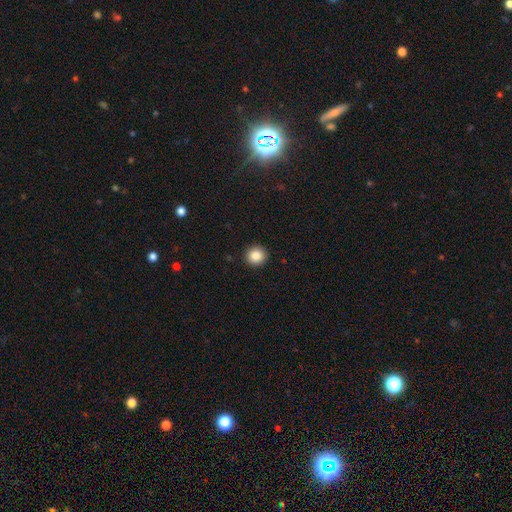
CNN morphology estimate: This appears to be a smooth galaxy with no disk features (87%) that is round (93%). Merging: none (93%).